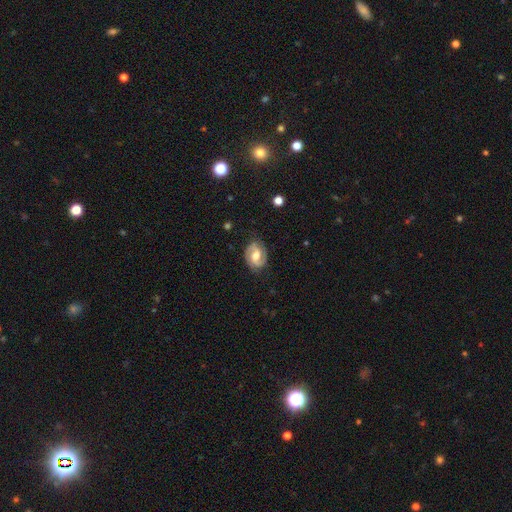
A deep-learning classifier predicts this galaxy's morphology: smooth-or-featured: featured or disk: 81% | smooth: 13% | star or artifact: 6%
  disk-edge-on: no: 98% | yes: 2%
    bar: weak: 48% | no: 34% | strong: 18%
    has-spiral-arms: yes: 96% | no: 4%
      spiral-winding: medium: 50% | tight: 32% | loose: 17%
      spiral-arm-count: 2: 91% | can't tell: 4% | 1: 2% | 3: 1% | 4: 1% | more than 4: 1%
    bulge-size: moderate: 64% | large: 19% | small: 12% | none: 3% | dominant: 2%
  merging: none: 81% | minor disturbance: 14% | major disturbance: 4% | merger: 1%